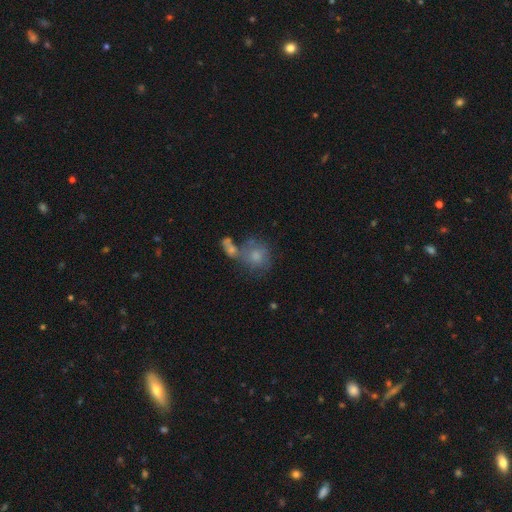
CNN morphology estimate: Smooth or featured: smooth — 50% (featured or disk — 34%)
Merging: none — 41% (merger — 35%)